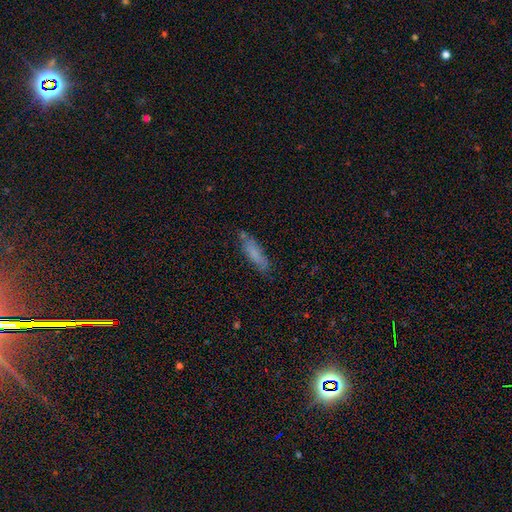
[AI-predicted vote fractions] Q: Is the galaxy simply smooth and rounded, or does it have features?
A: smooth — 76%.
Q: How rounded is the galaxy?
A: cigar-shaped — 59%.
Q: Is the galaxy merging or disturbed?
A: none — 70%.